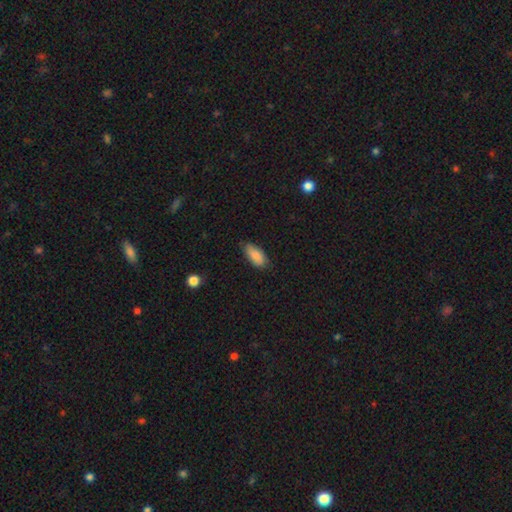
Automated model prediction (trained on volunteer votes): This is clearly a smooth galaxy (87%). How rounded: clearly in between (89%). Merging: likely none (73%).